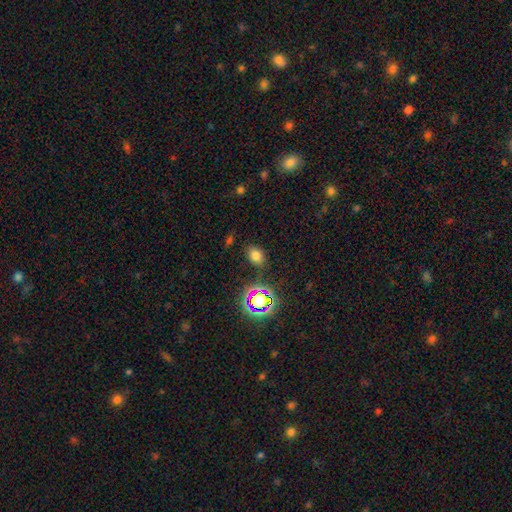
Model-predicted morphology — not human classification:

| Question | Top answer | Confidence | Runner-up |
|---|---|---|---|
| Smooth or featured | smooth | 72% | star or artifact (21%) |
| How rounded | in between | 72% | round (27%) |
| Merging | none | 82% | minor disturbance (12%) |